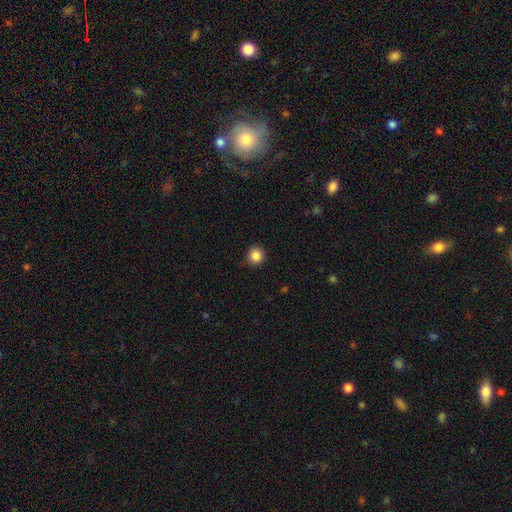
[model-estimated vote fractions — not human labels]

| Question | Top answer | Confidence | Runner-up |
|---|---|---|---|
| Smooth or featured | smooth | 86% | star or artifact (11%) |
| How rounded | round | 93% | in between (7%) |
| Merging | none | 88% | minor disturbance (9%) |